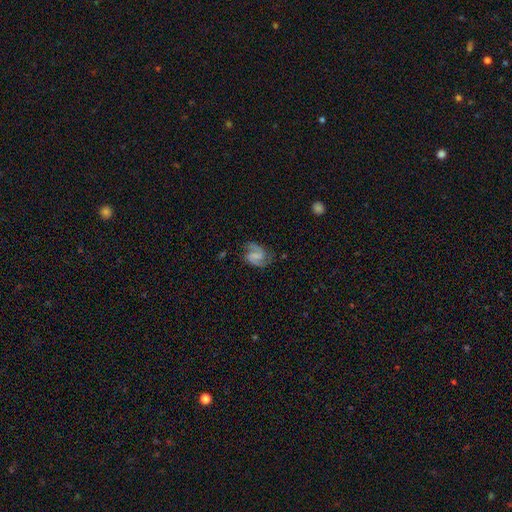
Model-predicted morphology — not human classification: featured or disk 84%, smooth 10%, star or artifact 6%. Down the decision tree: edge-on disk — no (98%); bar — weak (49%); spiral arms — yes (97%); spiral arm count — 2 (92%); spiral winding — medium (55%); bulge size — none (46%); merging — none (75%).